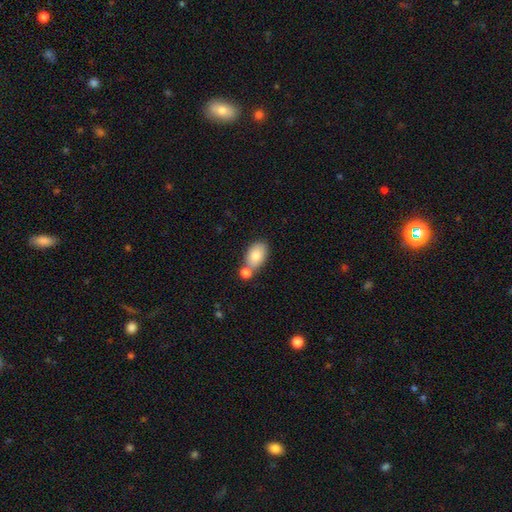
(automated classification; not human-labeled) A smooth galaxy with no disk features (81%) that is in between round and cigar-shaped (90%).

Vote fractions:
- Smooth or featured? smooth: 81% / featured or disk: 12% / star or artifact: 7%
- How rounded? in between: 90% / round: 8% / cigar-shaped: 2%
- Merging? none: 52% / merger: 31% / minor disturbance: 14% / major disturbance: 4%